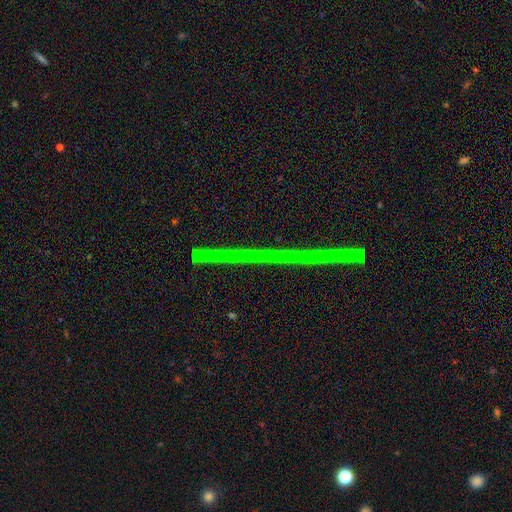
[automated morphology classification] A star or artifact, not a galaxy (80%).